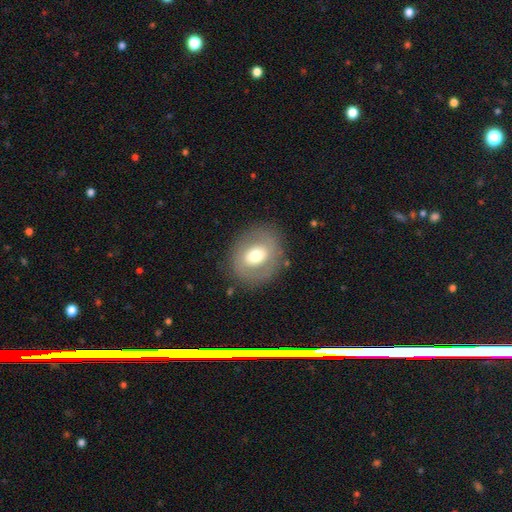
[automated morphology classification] The model was most divided on "smooth or featured": smooth: 54%, featured or disk: 39%, star or artifact: 8%. More confident: merging — none (82%); how rounded — round (67%).